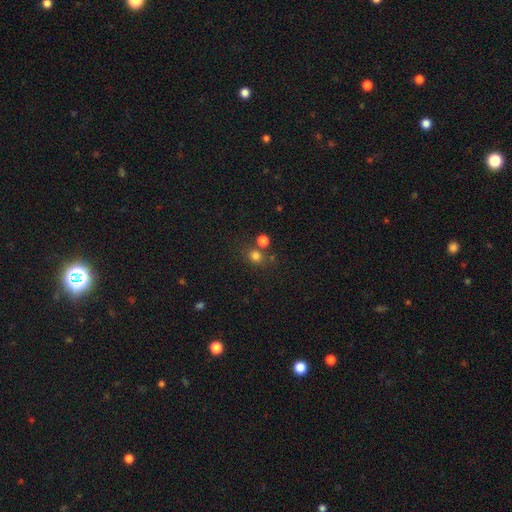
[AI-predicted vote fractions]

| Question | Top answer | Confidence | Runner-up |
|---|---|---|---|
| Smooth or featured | smooth | 77% | star or artifact (17%) |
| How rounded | round | 79% | in between (20%) |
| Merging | none | 68% | merger (19%) |